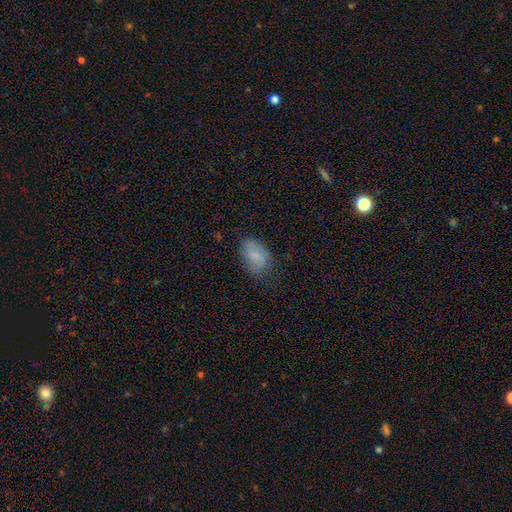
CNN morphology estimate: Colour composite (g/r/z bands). It shows a smooth galaxy with no disk features (76%) that is in between round and cigar-shaped (87%). Merging: none (66%).